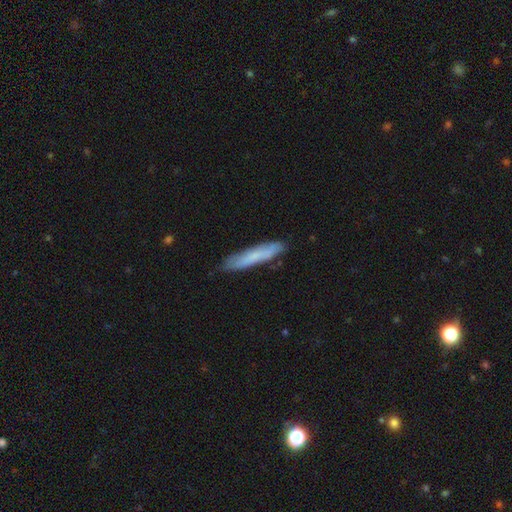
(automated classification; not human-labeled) Q: Smooth or featured?
A: smooth (66%); runner-up: featured or disk (27%)
Q: How rounded?
A: cigar-shaped (89%); runner-up: in between (10%)
Q: Merging?
A: none (82%); runner-up: minor disturbance (14%)